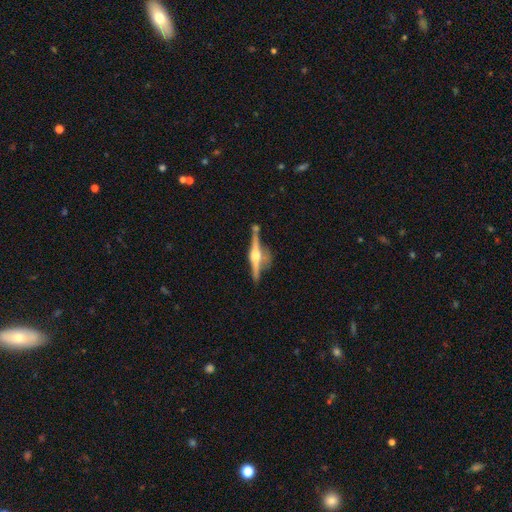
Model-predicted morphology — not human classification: The model was most divided on "merging": none: 66%, minor disturbance: 15%, merger: 13%, major disturbance: 6%. More confident: edge-on disk — yes (96%); edge-on bulge — rounded (93%); smooth or featured — featured or disk (78%).